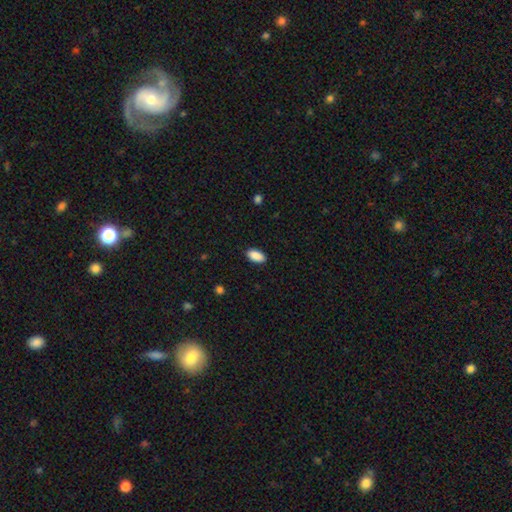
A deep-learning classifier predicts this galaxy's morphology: Overall: smooth (90%). How rounded: in between (93%). Merging: none (88%).